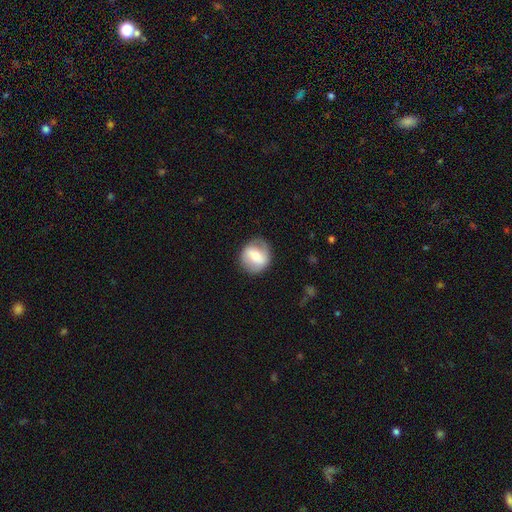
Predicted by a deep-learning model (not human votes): Overall: smooth (49%; featured or disk 44%). Merging: none (80%).